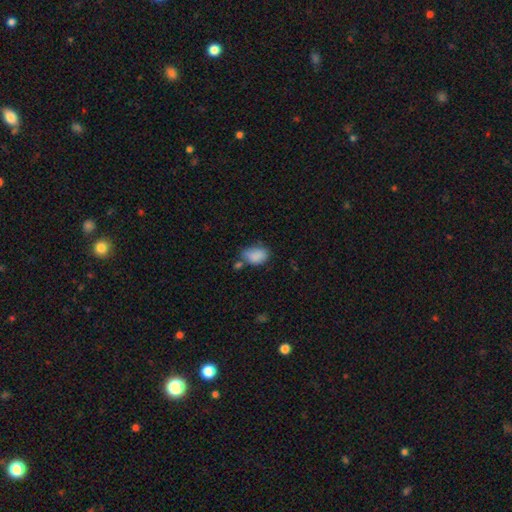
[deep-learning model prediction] Morphology: type=smooth (85%); roundness=in between (84%); merging=none (46%).